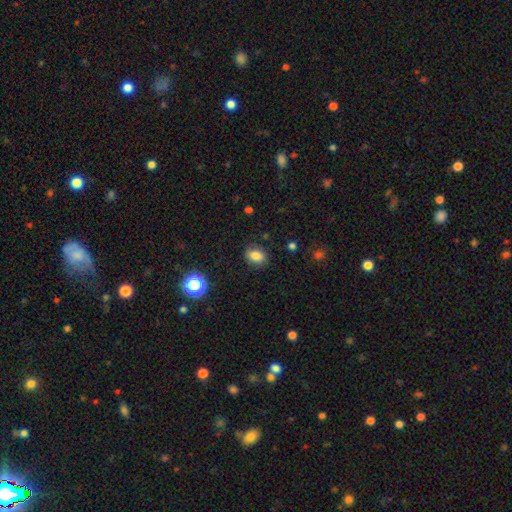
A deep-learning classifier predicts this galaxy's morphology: smooth_or_featured: smooth (p=0.83) [alt: star or artifact p=0.11]
how_rounded: in between (p=0.69) [alt: round p=0.29]
merging: none (p=0.84) [alt: minor disturbance p=0.11]